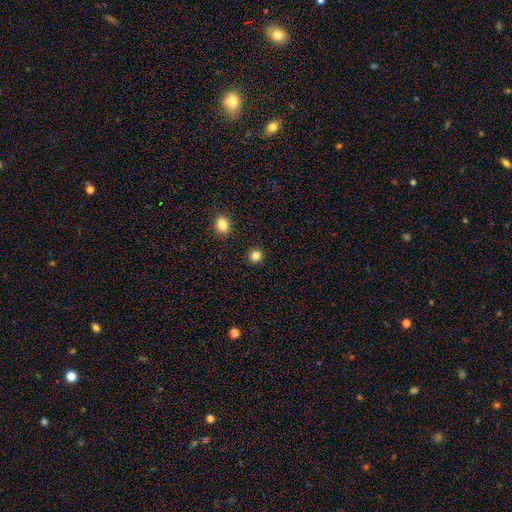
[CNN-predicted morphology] This is clearly a smooth galaxy (83%). How rounded: clearly round (92%). Merging: clearly none (92%).